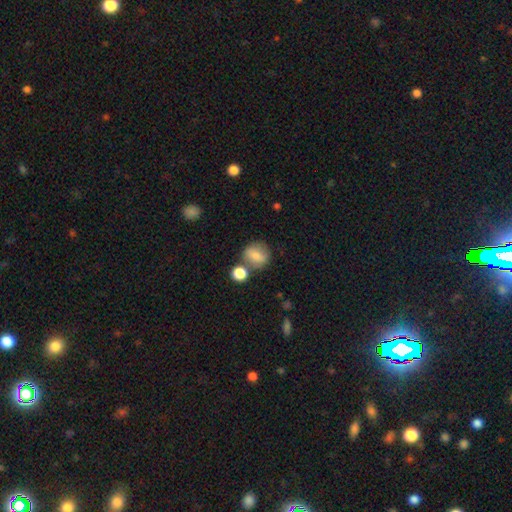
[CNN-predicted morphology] Q: Smooth or featured?
A: smooth (74%); runner-up: featured or disk (16%)
Q: How rounded?
A: round (82%); runner-up: in between (17%)
Q: Merging?
A: none (63%); runner-up: merger (18%)